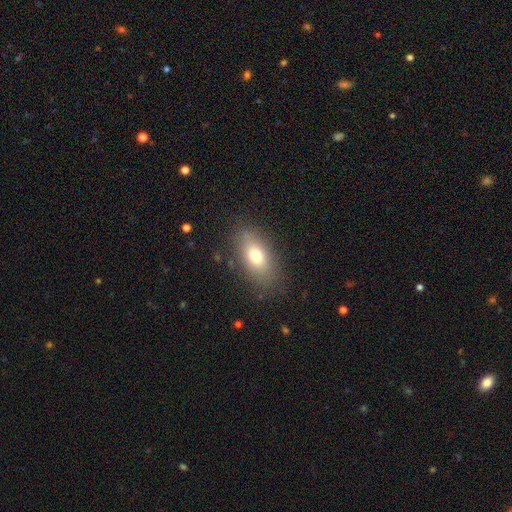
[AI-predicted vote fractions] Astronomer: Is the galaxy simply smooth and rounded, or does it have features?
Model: smooth — 73%.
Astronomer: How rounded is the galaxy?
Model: in between — 85%.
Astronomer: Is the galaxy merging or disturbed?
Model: none — 82%.